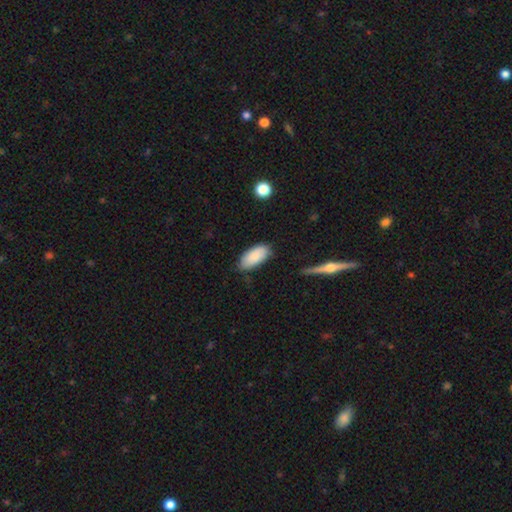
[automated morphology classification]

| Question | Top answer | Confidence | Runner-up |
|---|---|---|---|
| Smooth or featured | smooth | 86% | featured or disk (8%) |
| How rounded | in between | 93% | cigar-shaped (5%) |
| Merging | none | 75% | minor disturbance (20%) |